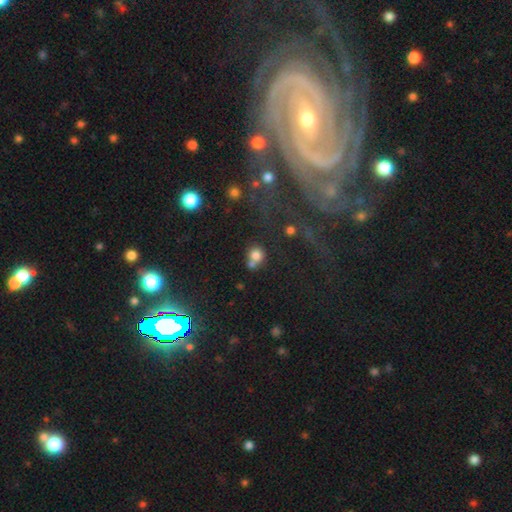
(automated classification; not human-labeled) Smooth or featured: smooth — 76% (star or artifact — 13%)
How rounded: round — 82% (in between — 17%)
Merging: none — 46% (merger — 40%)